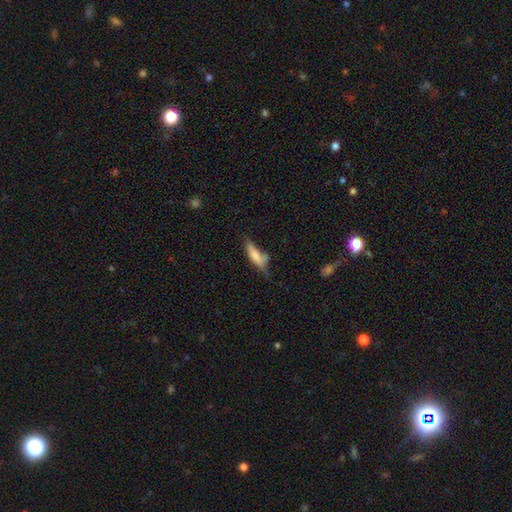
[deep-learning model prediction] Smooth or featured: smooth — 74% (featured or disk — 19%)
How rounded: cigar-shaped — 58% (in between — 40%)
Merging: none — 44% (minor disturbance — 32%)